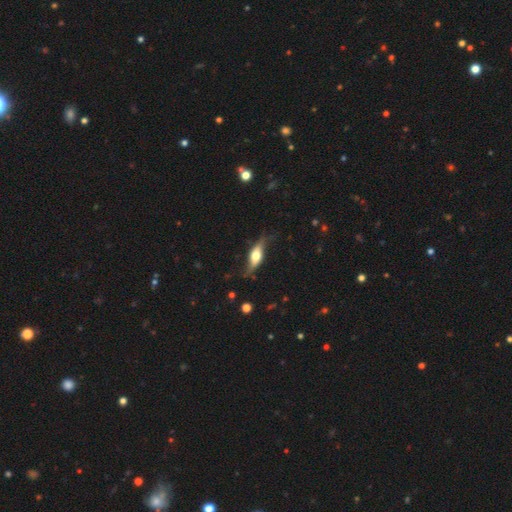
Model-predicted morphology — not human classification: The model was most divided on "smooth or featured": featured or disk: 60%, smooth: 34%, star or artifact: 6%. More confident: edge-on disk — yes (65%); merging — none (64%).